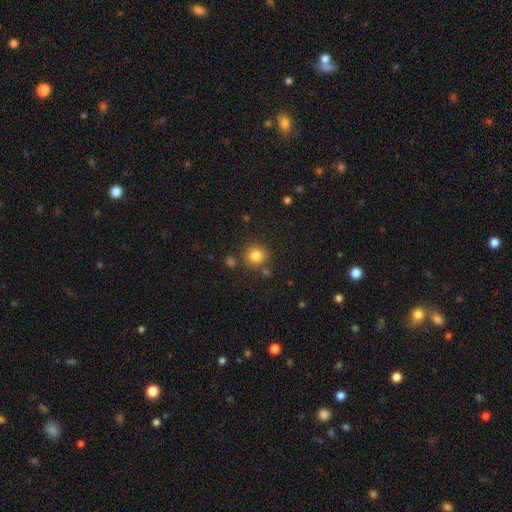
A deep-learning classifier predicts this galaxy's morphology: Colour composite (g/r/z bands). It shows a smooth galaxy with no disk features (83%) that is round (89%). Merging: none (81%).